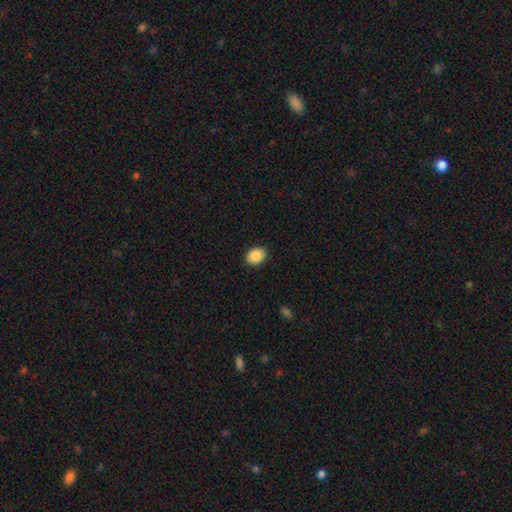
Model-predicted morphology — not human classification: smooth_or_featured: smooth (p=0.88) [alt: star or artifact p=0.07]
how_rounded: in between (p=0.66) [alt: round p=0.34]
merging: none (p=0.90) [alt: minor disturbance p=0.07]